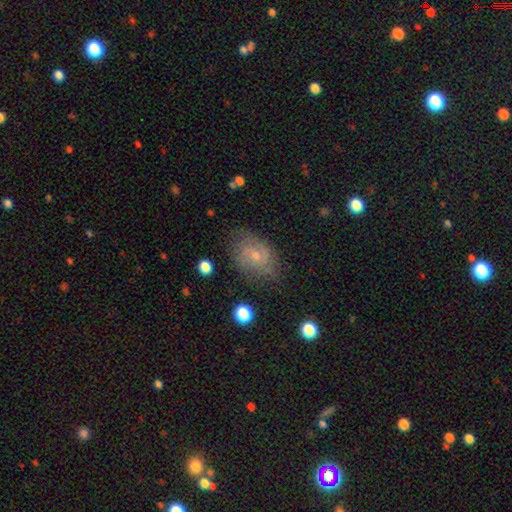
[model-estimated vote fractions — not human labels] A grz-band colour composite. It shows a featured or disk galaxy (47%). Merging: none (69%).